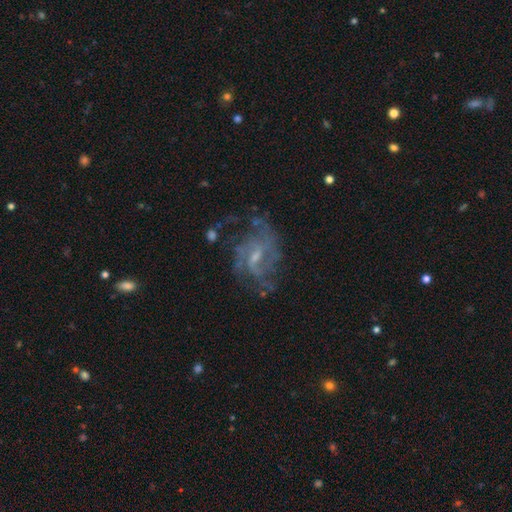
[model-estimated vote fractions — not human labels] This is clearly a featured or disk galaxy (83%). It is clearly not viewed edge-on (97%). Bar: possibly weak (58%). Spiral arm pattern: clearly yes (91%). Spiral arm count: marginally 2 (32%). Spiral winding: possibly medium (48%). Central bulge: possibly small (55%). Merging: possibly none (59%).